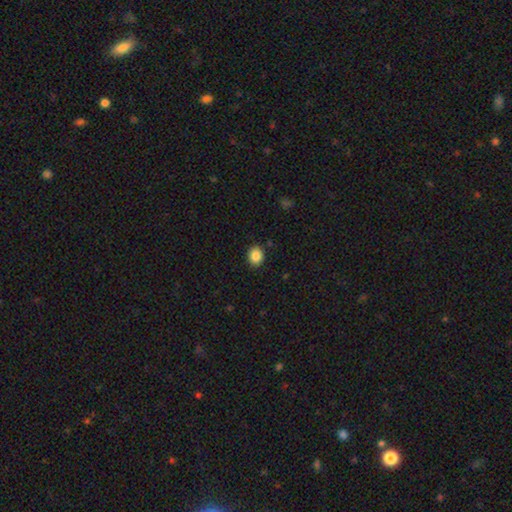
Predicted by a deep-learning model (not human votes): Smooth or featured: smooth — 86% (star or artifact — 9%)
How rounded: round — 63% (in between — 36%)
Merging: none — 90% (minor disturbance — 7%)